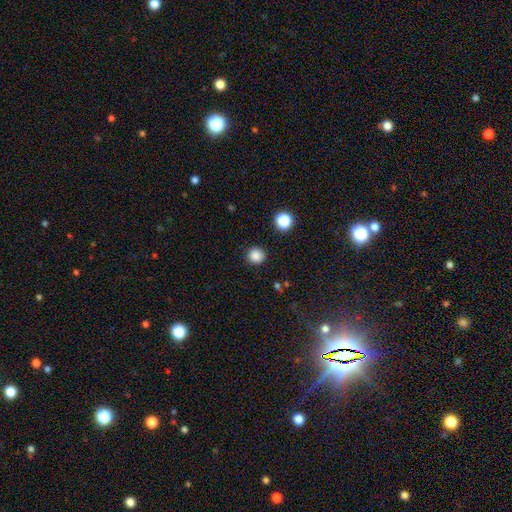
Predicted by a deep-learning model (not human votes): A smooth galaxy with no disk features (85%) that is round (93%).

Vote fractions:
- Smooth or featured? smooth: 85% / star or artifact: 11% / featured or disk: 3%
- How rounded? round: 93% / in between: 7% / cigar-shaped: 1%
- Merging? none: 90% / minor disturbance: 6% / major disturbance: 2% / merger: 1%